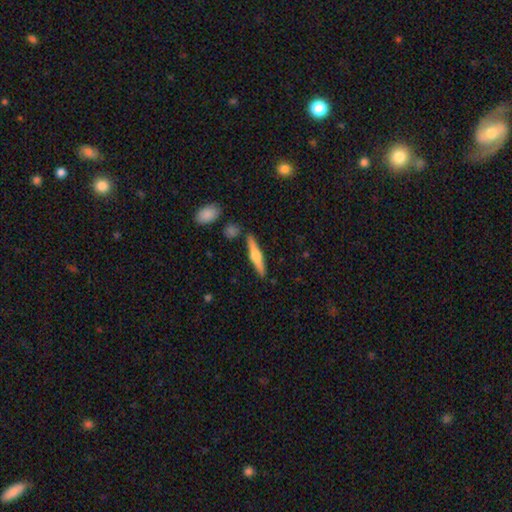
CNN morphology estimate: smooth_or_featured: featured or disk (p=0.61) [alt: smooth p=0.33]
disk_edge_on: yes (p=0.97) [alt: no p=0.03]
edge_on_bulge: rounded (p=0.91) [alt: boxy p=0.05]
merging: none (p=0.86) [alt: minor disturbance p=0.08]